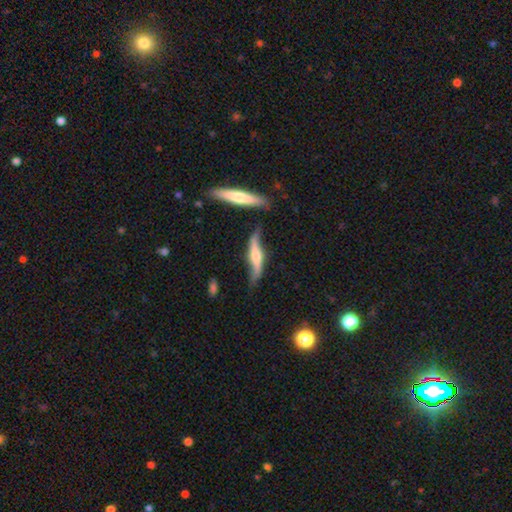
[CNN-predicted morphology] smooth_or_featured: featured or disk (p=0.75) [alt: smooth p=0.19]
disk_edge_on: yes (p=0.64) [alt: no p=0.36]
merging: none (p=0.61) [alt: minor disturbance p=0.24]